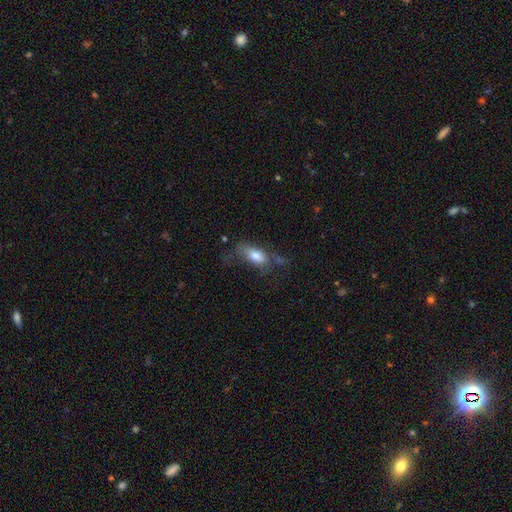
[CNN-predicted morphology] A smooth galaxy with no disk features (72%) that is in between round and cigar-shaped (81%).

Vote fractions:
- Smooth or featured? smooth: 72% / featured or disk: 20% / star or artifact: 8%
- How rounded? in between: 81% / cigar-shaped: 15% / round: 4%
- Merging? none: 40% / minor disturbance: 28% / major disturbance: 26% / merger: 7%